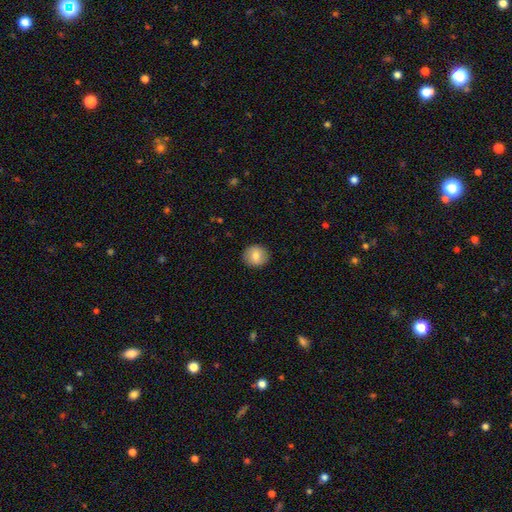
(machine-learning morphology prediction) This is clearly a smooth galaxy (80%). How rounded: clearly round (87%). Merging: clearly none (90%).